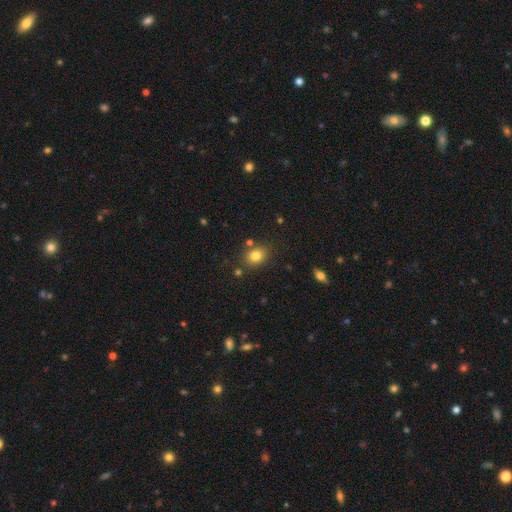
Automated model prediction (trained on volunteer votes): Q: Smooth or featured?
A: smooth (81%); runner-up: star or artifact (12%)
Q: How rounded?
A: in between (54%); runner-up: round (45%)
Q: Merging?
A: none (78%); runner-up: minor disturbance (11%)